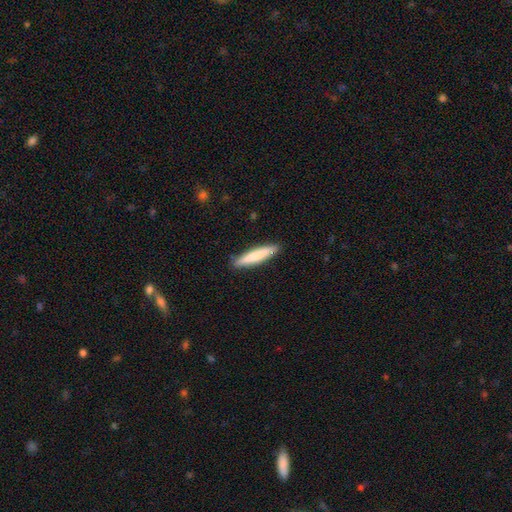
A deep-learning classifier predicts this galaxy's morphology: type=smooth (78%); roundness=cigar-shaped (89%); merging=none (90%).